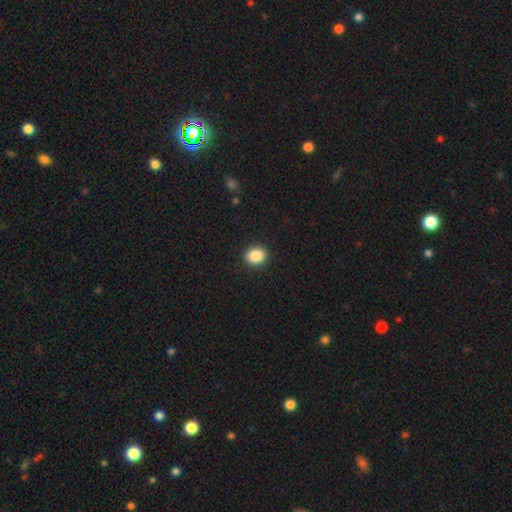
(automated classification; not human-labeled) Morphology: type=smooth (87%); roundness=round (68%); merging=none (92%).